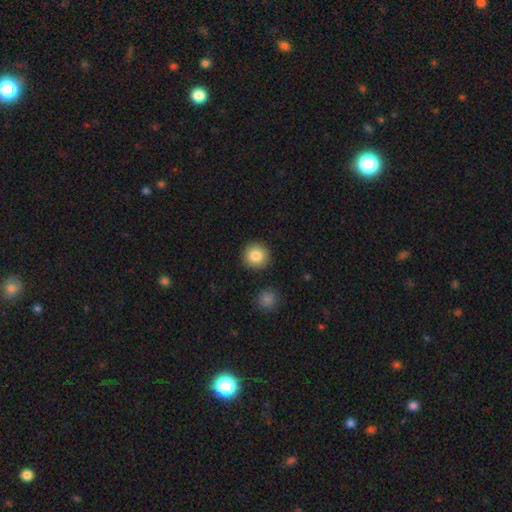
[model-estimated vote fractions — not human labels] Smooth or featured?
  - smooth: 85% *
  - star or artifact: 8%
  - featured or disk: 6%
How rounded?
  - round: 93% *
  - in between: 6%
  - cigar-shaped: 1%
Merging?
  - none: 90% *
  - minor disturbance: 6%
  - merger: 2%
  - major disturbance: 2%